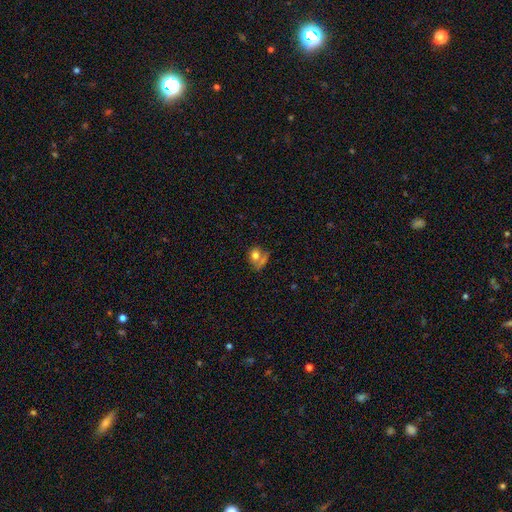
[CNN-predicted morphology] Smooth or featured?
  - smooth: 70% *
  - featured or disk: 15%
  - star or artifact: 15%
How rounded?
  - round: 60% *
  - in between: 37%
  - cigar-shaped: 3%
Merging?
  - none: 45% *
  - merger: 29%
  - minor disturbance: 15%
  - major disturbance: 11%